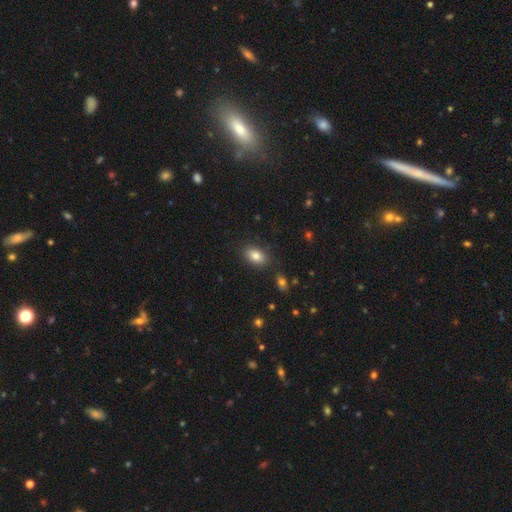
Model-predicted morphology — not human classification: This is clearly a smooth galaxy (85%). How rounded: clearly in between (89%). Merging: clearly none (84%).